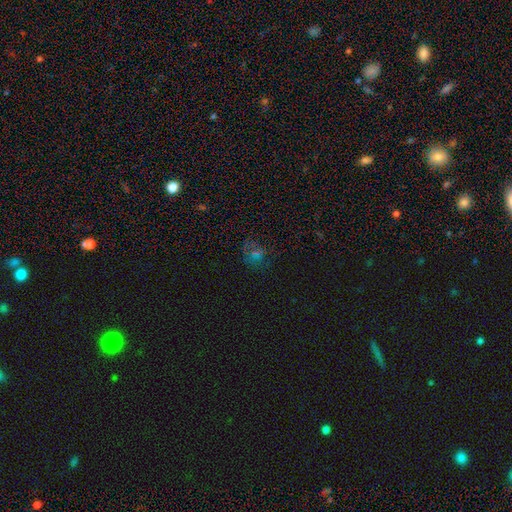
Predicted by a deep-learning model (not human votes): The model was most divided on "smooth or featured": star or artifact: 39%, smooth: 38%, featured or disk: 23%.